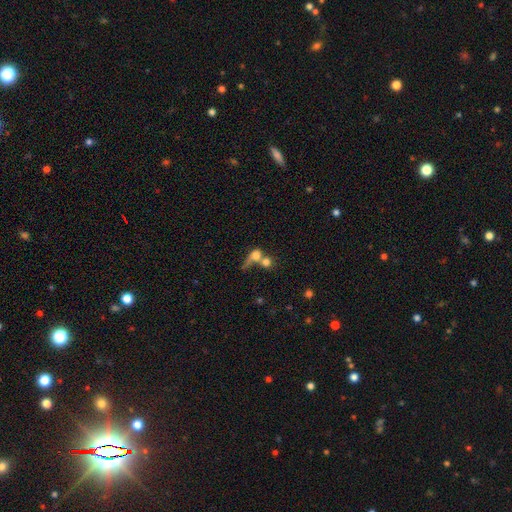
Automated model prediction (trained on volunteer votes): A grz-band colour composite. It shows a smooth galaxy with no disk features (65%) that is round (52%). Merging: merger (57%).